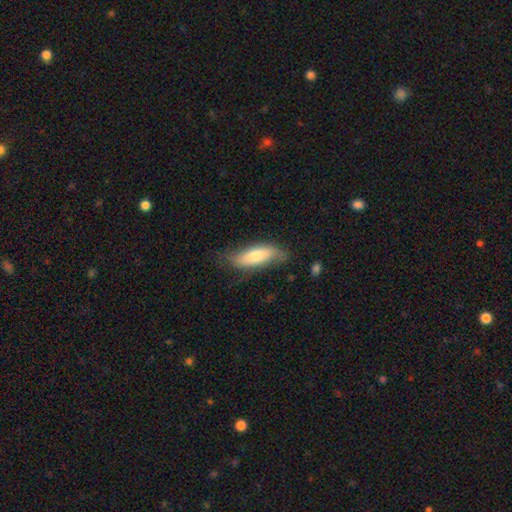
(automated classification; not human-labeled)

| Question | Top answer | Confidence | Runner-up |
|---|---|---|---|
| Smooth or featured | smooth | 64% | featured or disk (29%) |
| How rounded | in between | 60% | cigar-shaped (37%) |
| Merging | none | 65% | minor disturbance (26%) |